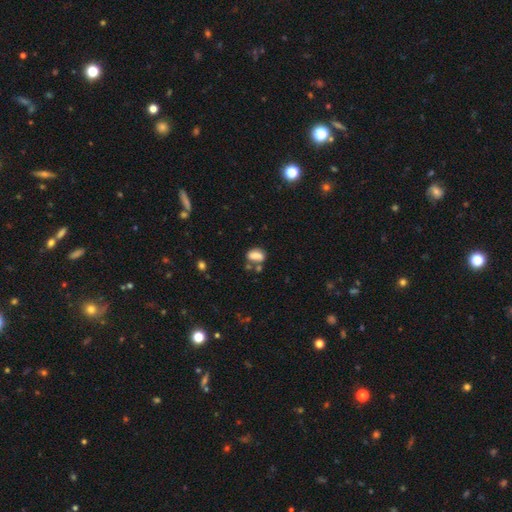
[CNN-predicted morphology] The model was most divided on "merging": none: 49%, merger: 23%, minor disturbance: 20%, major disturbance: 8%. More confident: how rounded — in between (80%); smooth or featured — smooth (78%).